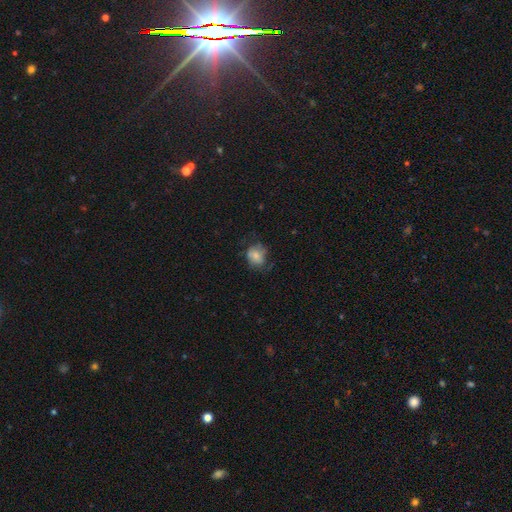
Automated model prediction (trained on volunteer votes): smooth_or_featured: smooth (p=0.67) [alt: featured or disk p=0.23]
how_rounded: round (p=0.58) [alt: in between p=0.41]
merging: none (p=0.52) [alt: minor disturbance p=0.27]